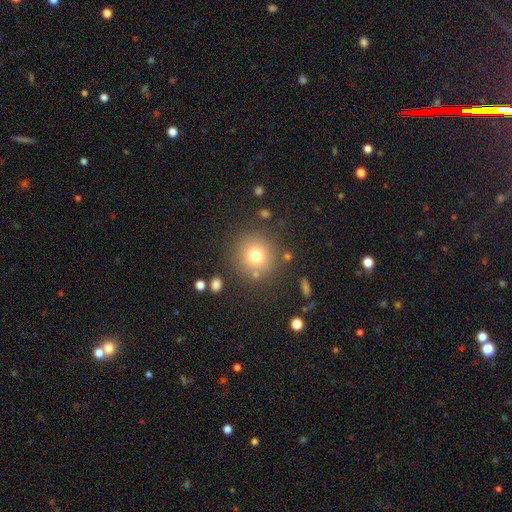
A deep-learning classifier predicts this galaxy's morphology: smooth 74%, star or artifact 15%, featured or disk 12%. Down the decision tree: how rounded — round (93%); merging — none (83%).